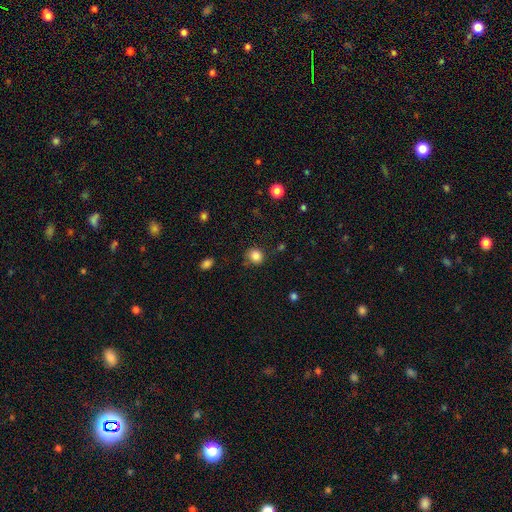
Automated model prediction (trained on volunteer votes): Q: Smooth or featured?
A: smooth (85%); runner-up: star or artifact (11%)
Q: How rounded?
A: round (78%); runner-up: in between (21%)
Q: Merging?
A: none (78%); runner-up: minor disturbance (15%)